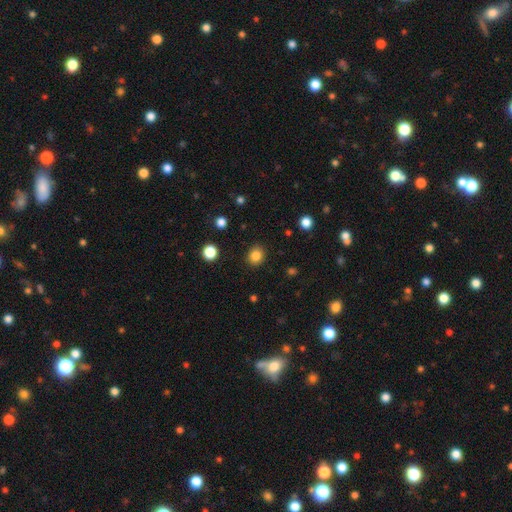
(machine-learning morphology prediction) Overall: smooth (84%). How rounded: round (78%). Merging: none (89%).